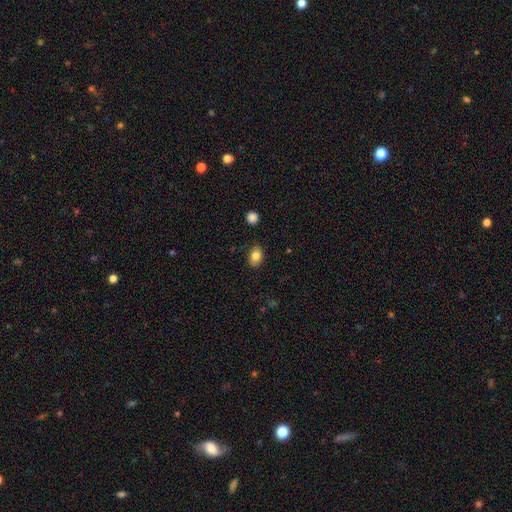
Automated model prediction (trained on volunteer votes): Q: Smooth or featured?
A: smooth (82%); runner-up: featured or disk (9%)
Q: How rounded?
A: in between (76%); runner-up: round (23%)
Q: Merging?
A: none (85%); runner-up: minor disturbance (11%)